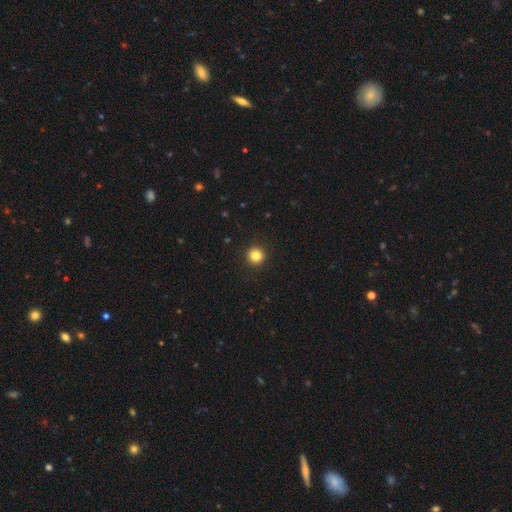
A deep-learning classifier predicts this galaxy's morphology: Smooth or featured? smooth (83%)
How rounded? round (94%)
Merging? none (93%)